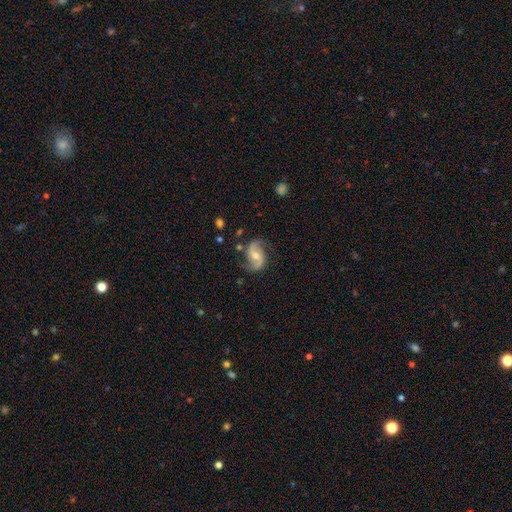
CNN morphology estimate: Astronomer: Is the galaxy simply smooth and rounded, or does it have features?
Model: featured or disk — 86%.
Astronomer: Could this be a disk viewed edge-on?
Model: no — 98%.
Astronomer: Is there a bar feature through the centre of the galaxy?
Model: weak — 43% (runner-up: no, 41%).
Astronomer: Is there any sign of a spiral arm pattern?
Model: yes — 96%.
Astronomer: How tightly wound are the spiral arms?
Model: loose — 48% (runner-up: medium, 41%).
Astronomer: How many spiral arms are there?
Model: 2 — 93%.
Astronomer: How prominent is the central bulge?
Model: moderate — 60%.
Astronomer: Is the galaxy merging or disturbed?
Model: none — 76%.